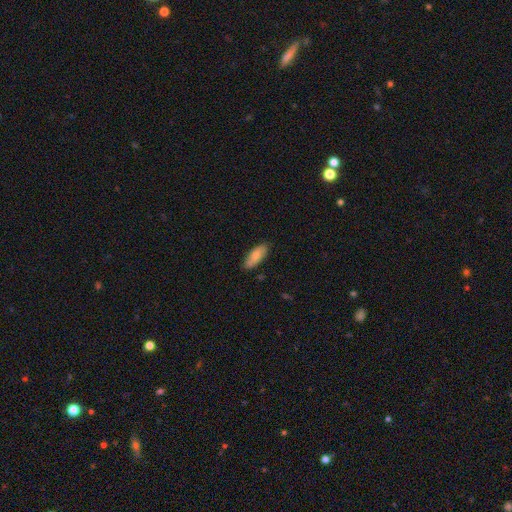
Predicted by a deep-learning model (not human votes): A smooth galaxy with no disk features (80%) that is in between round and cigar-shaped (75%). Merging: none (82%).